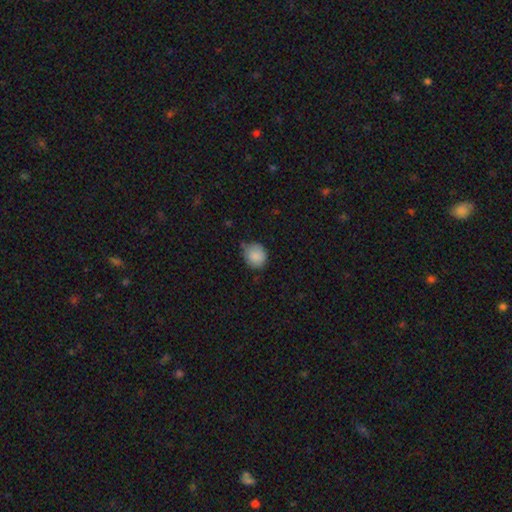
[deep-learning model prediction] smooth-or-featured: smooth: 87% | star or artifact: 8% | featured or disk: 5%
  how-rounded: round: 79% | in between: 20% | cigar-shaped: 1%
  merging: none: 64% | minor disturbance: 29% | major disturbance: 4% | merger: 3%